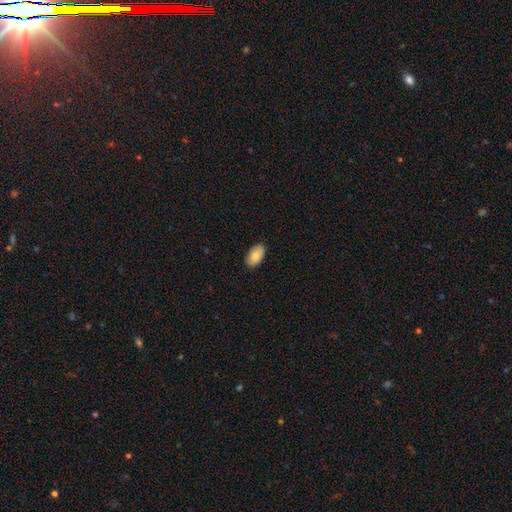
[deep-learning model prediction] smooth-or-featured: smooth: 85% | featured or disk: 9% | star or artifact: 6%
  how-rounded: in between: 95% | round: 4% | cigar-shaped: 1%
  merging: none: 86% | minor disturbance: 11% | major disturbance: 2% | merger: 1%